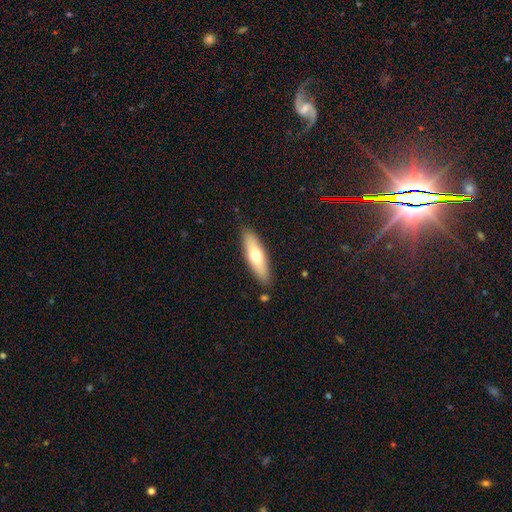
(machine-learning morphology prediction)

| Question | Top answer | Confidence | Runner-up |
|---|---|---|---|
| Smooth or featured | smooth | 62% | featured or disk (33%) |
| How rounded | cigar-shaped | 61% | in between (37%) |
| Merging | none | 87% | minor disturbance (9%) |